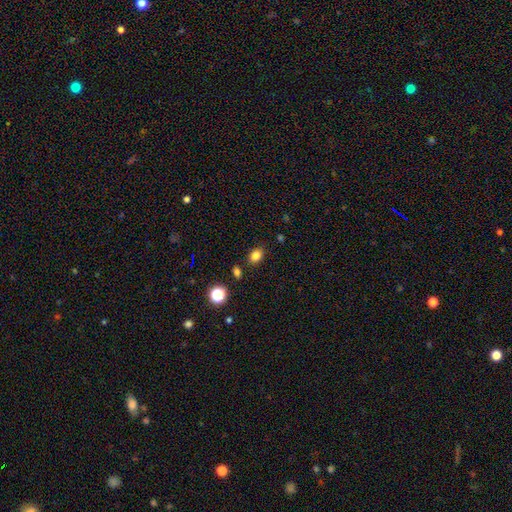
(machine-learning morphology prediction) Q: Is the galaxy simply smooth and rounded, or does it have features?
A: smooth — 82%.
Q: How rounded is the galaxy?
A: in between — 65%.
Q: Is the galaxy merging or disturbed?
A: none — 83%.